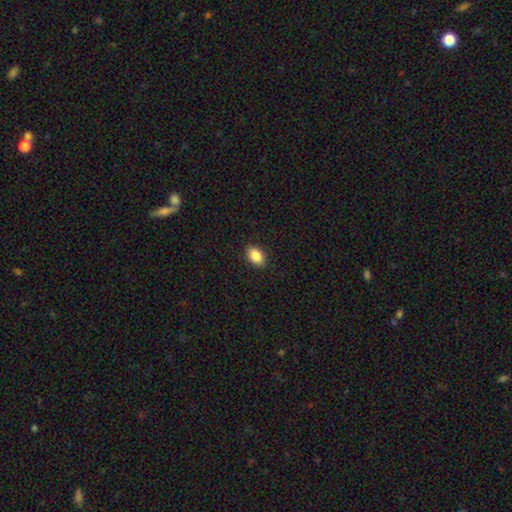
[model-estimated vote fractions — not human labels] Morphology: type=smooth (88%); roundness=in between (84%); merging=none (90%).